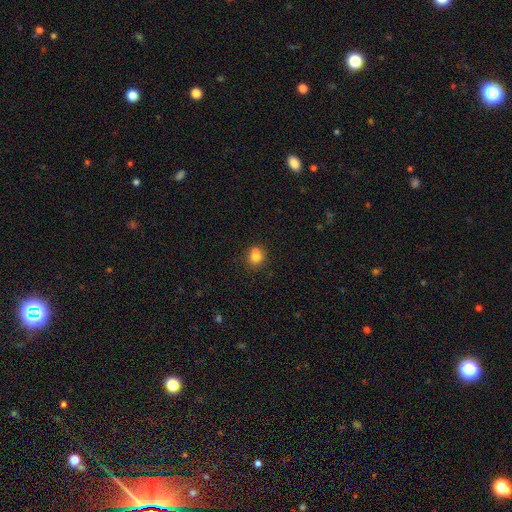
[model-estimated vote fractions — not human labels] The model was most divided on "merging": none: 47%, merger: 37%, minor disturbance: 12%, major disturbance: 4%. More confident: smooth or featured — smooth (76%); how rounded — round (71%).